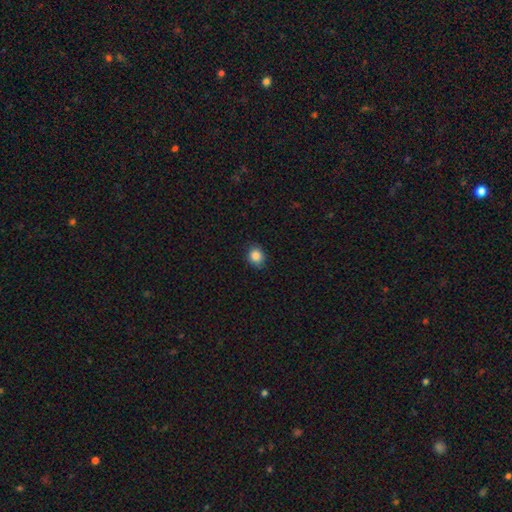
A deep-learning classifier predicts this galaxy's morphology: Smooth or featured? smooth (86%)
How rounded? round (68%)
Merging? none (86%)